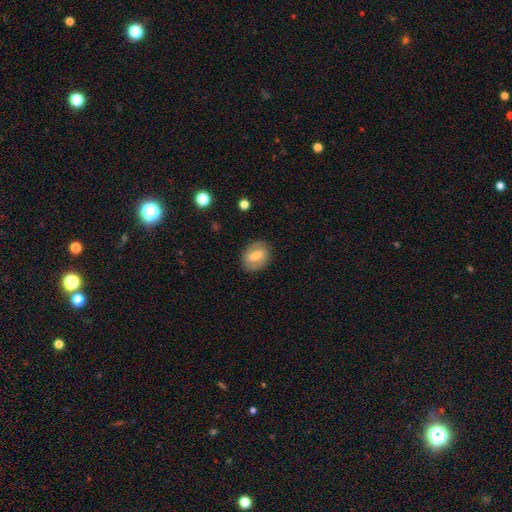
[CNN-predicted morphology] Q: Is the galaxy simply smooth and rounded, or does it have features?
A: smooth — 56%.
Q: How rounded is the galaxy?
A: in between — 69%.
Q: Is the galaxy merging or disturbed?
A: none — 82%.